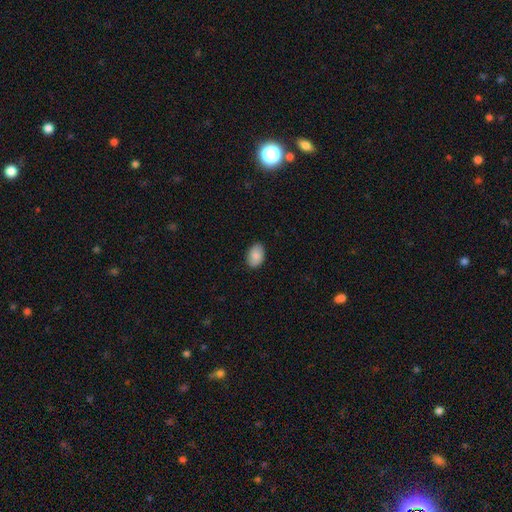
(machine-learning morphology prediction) This appears to be a smooth galaxy with no disk features (88%) that is in between round and cigar-shaped (87%). Merging: none (87%).